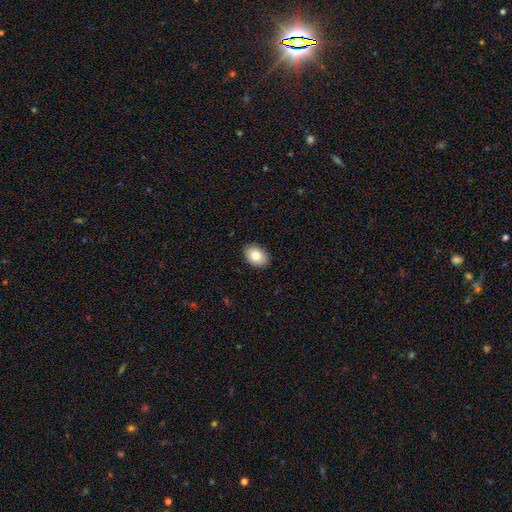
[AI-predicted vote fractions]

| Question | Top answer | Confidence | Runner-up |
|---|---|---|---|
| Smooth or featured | smooth | 83% | featured or disk (9%) |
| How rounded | in between | 82% | round (17%) |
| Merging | none | 89% | minor disturbance (8%) |